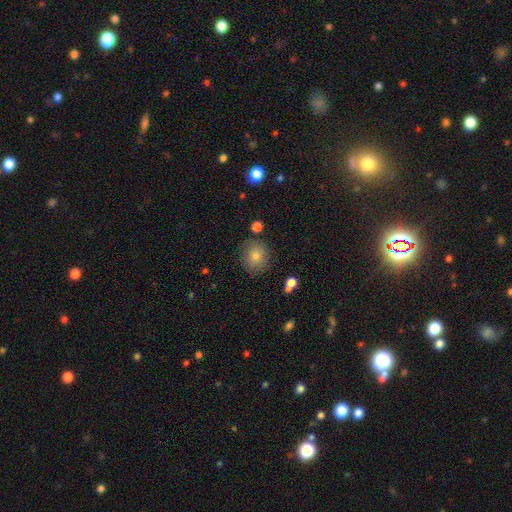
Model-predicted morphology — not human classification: smooth-or-featured: smooth: 74% | star or artifact: 14% | featured or disk: 12%
  how-rounded: round: 88% | in between: 11% | cigar-shaped: 1%
  merging: none: 83% | minor disturbance: 11% | major disturbance: 3% | merger: 2%